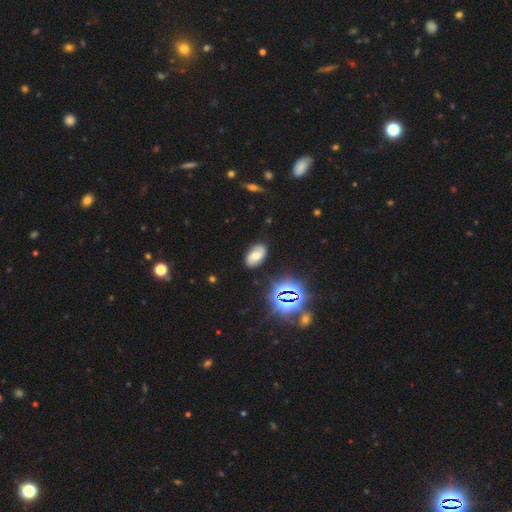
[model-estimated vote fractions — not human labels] This appears to be a featured or disk galaxy (45%). Merging: none (82%).